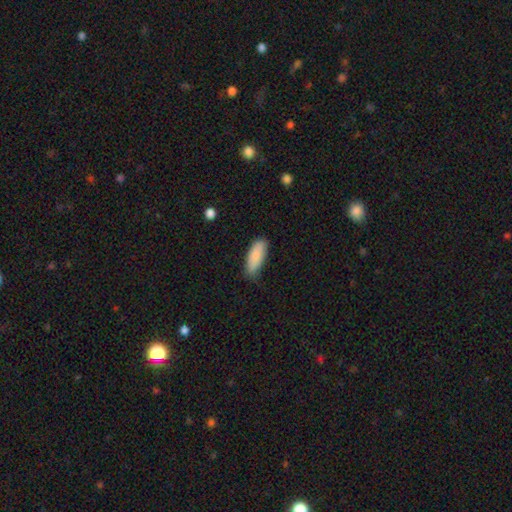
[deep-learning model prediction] smooth 87%, featured or disk 7%, star or artifact 6%. Down the decision tree: how rounded — in between (70%); merging — none (74%).